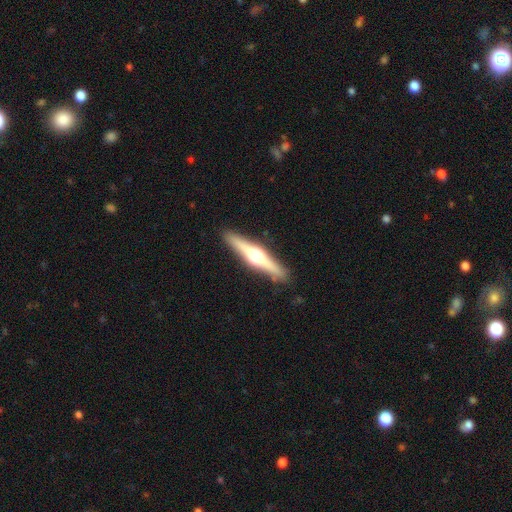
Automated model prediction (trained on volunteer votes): The model was most divided on "smooth or featured": featured or disk: 69%, smooth: 26%, star or artifact: 5%. More confident: edge-on disk — yes (97%); edge-on bulge — rounded (94%); merging — none (89%).